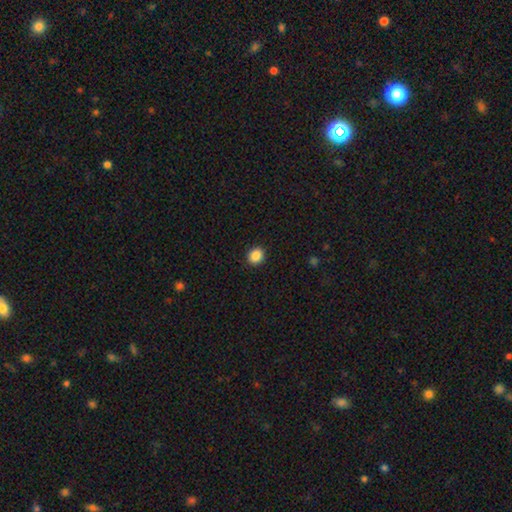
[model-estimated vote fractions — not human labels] Morphology: type=smooth (87%); roundness=round (77%); merging=none (92%).